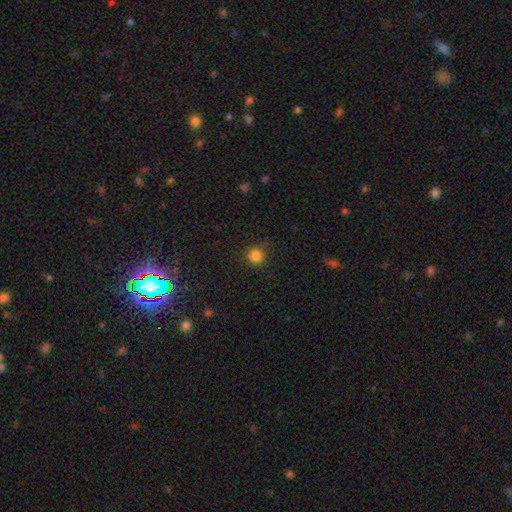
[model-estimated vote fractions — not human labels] Morphology: type=smooth (83%); roundness=round (93%); merging=none (83%).